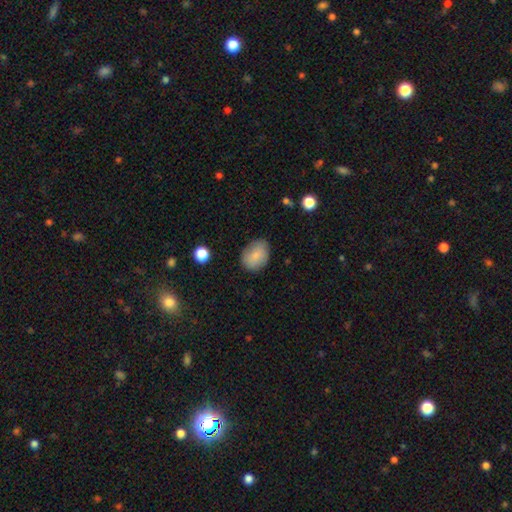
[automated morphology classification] This is clearly a smooth galaxy (83%). How rounded: likely in between (68%). Merging: likely none (78%).